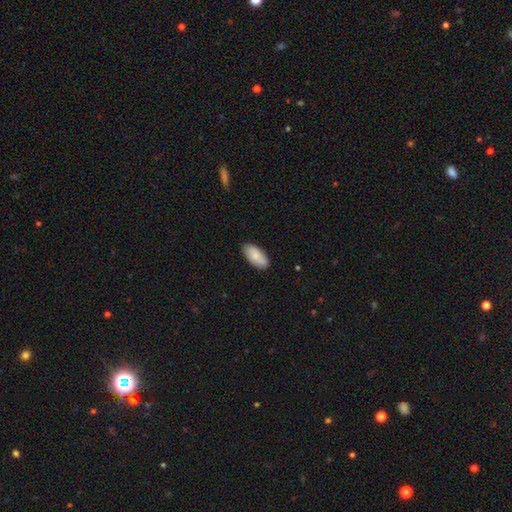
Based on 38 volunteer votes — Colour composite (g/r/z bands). It shows a smooth galaxy with no disk features (76%) that is in between round and cigar-shaped (90%). Merging: none (86%).